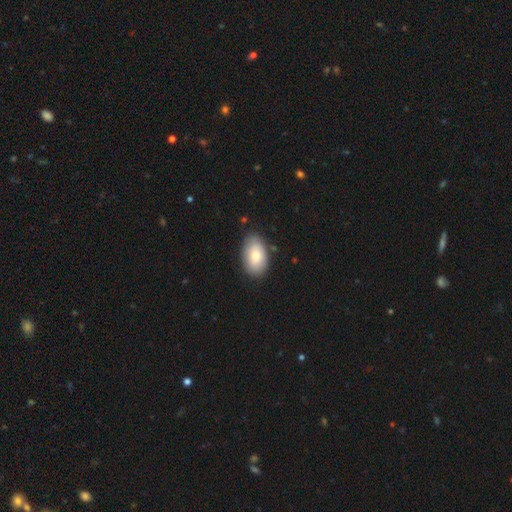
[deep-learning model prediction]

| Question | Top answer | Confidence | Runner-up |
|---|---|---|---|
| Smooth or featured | smooth | 81% | featured or disk (13%) |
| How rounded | in between | 92% | round (7%) |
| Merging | none | 82% | minor disturbance (14%) |